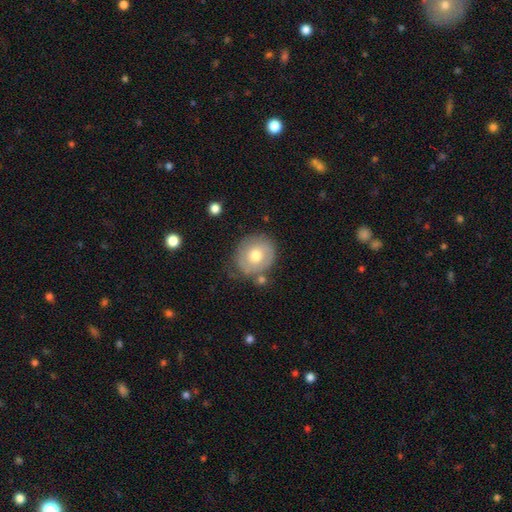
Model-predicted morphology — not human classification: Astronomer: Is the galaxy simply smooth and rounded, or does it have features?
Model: smooth — 56% (runner-up: featured or disk, 37%).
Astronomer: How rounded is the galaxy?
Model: round — 80%.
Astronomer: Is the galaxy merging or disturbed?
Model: none — 69%.